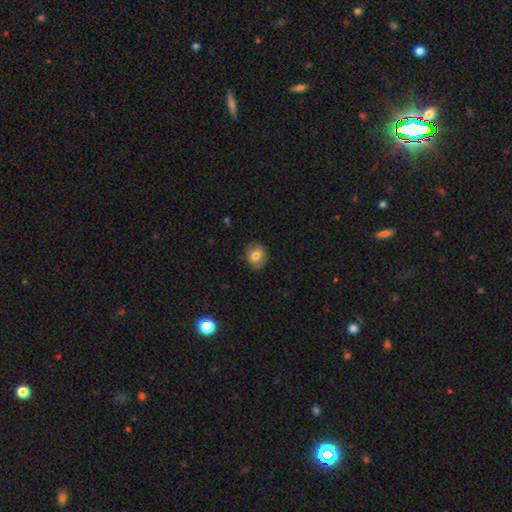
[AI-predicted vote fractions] Morphology: type=smooth (71%); roundness=round (57%); merging=none (81%).